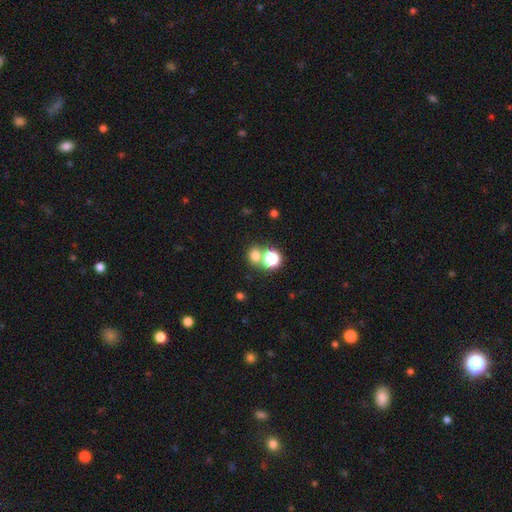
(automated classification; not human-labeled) A smooth galaxy with no disk features (70%) that is round (73%). Merging: none (58%).